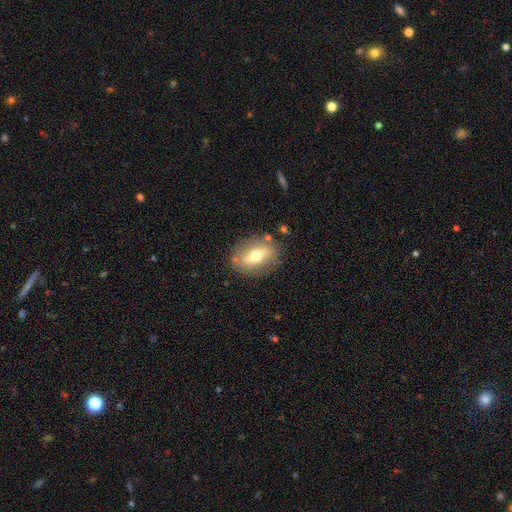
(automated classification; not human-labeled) A smooth galaxy with no disk features (57%) that is in between round and cigar-shaped (73%). Merging: none (79%).